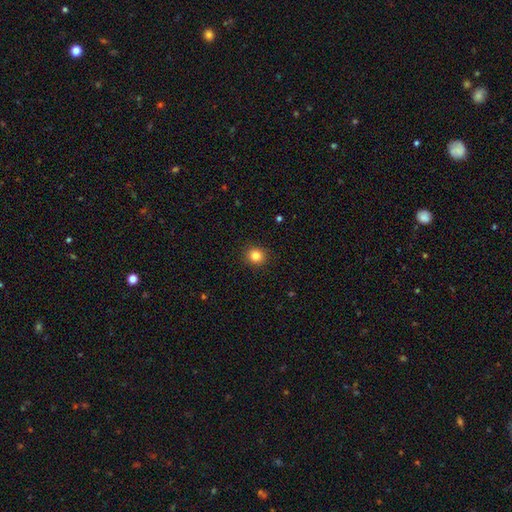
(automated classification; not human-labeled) Q: Smooth or featured?
A: smooth (83%); runner-up: star or artifact (11%)
Q: How rounded?
A: round (88%); runner-up: in between (12%)
Q: Merging?
A: none (92%); runner-up: minor disturbance (6%)